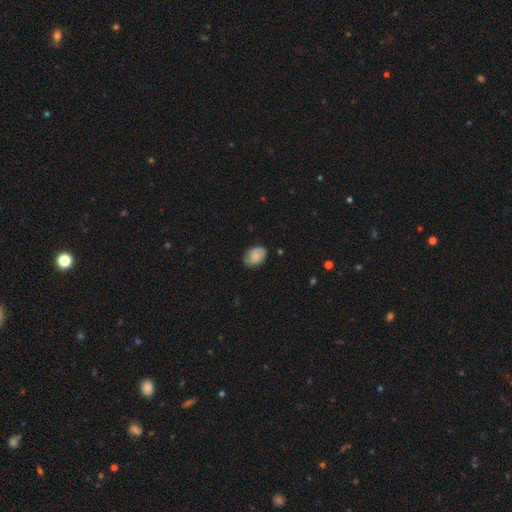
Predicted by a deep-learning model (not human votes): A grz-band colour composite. It shows a smooth galaxy with no disk features (66%) that is in between round and cigar-shaped (79%). Merging: none (78%).